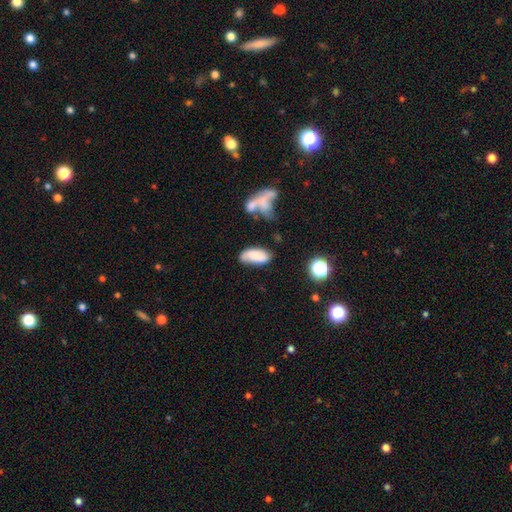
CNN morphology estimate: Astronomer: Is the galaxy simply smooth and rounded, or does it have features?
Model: smooth — 68%.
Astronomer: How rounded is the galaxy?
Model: in between — 89%.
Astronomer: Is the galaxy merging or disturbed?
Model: none — 53%.